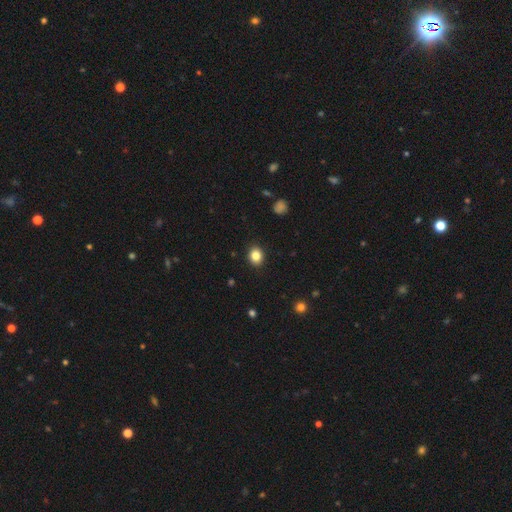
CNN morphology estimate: A smooth galaxy with no disk features (84%) that is round (62%). Merging: none (90%).